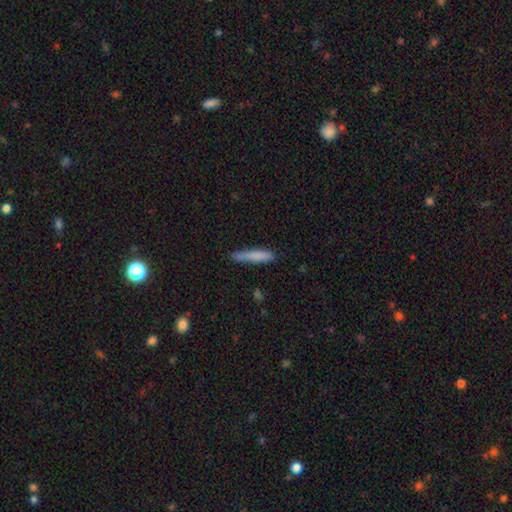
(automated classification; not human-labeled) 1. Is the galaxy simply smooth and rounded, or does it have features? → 80% smooth, 14% featured or disk, 7% star or artifact.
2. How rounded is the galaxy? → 90% cigar-shaped, 8% in between, 1% round.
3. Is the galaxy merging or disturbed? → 72% none, 21% minor disturbance, 4% major disturbance, 3% merger.